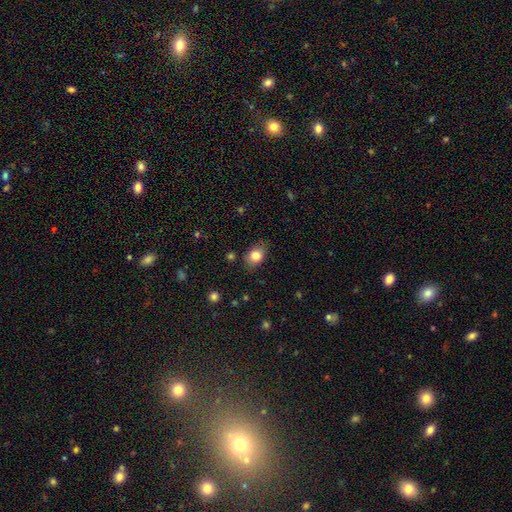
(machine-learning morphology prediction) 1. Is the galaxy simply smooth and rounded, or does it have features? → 82% smooth, 9% star or artifact, 9% featured or disk.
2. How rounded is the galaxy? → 62% in between, 37% round, 1% cigar-shaped.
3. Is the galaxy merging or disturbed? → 80% none, 16% minor disturbance, 3% major disturbance, 2% merger.